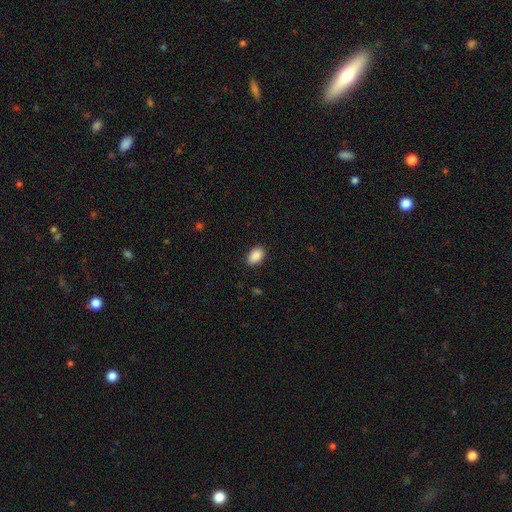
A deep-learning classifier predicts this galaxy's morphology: Smooth or featured?
  - smooth: 90% *
  - star or artifact: 7%
  - featured or disk: 3%
How rounded?
  - in between: 89% *
  - round: 10%
  - cigar-shaped: 1%
Merging?
  - none: 89% *
  - minor disturbance: 8%
  - major disturbance: 2%
  - merger: 1%